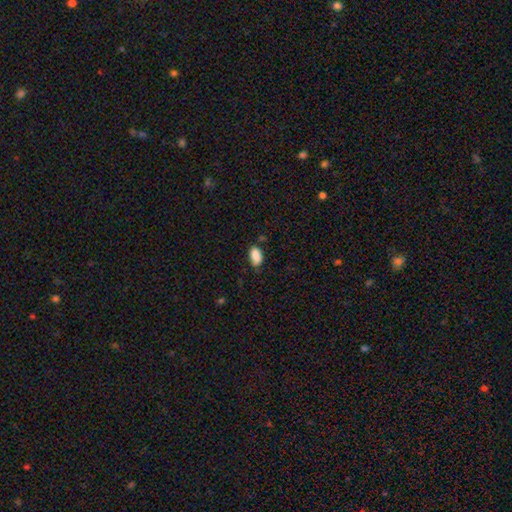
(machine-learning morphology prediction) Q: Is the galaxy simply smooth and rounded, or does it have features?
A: smooth — 89%.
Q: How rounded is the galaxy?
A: in between — 93%.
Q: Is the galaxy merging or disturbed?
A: none — 75%.